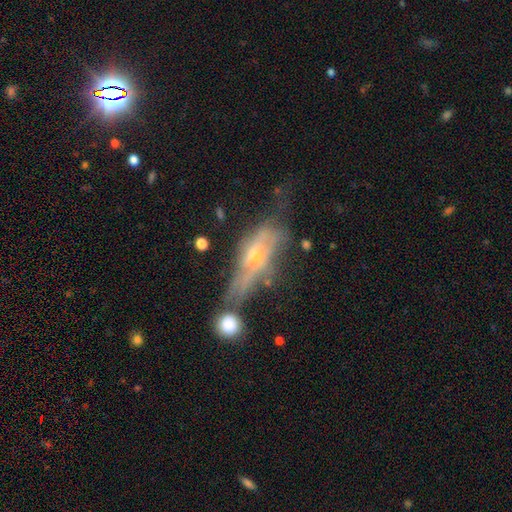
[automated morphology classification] smooth_or_featured: featured or disk (p=0.66) [alt: smooth p=0.22]
disk_edge_on: no (p=0.52) [alt: yes p=0.48]
merging: none (p=0.40) [alt: minor disturbance p=0.26]